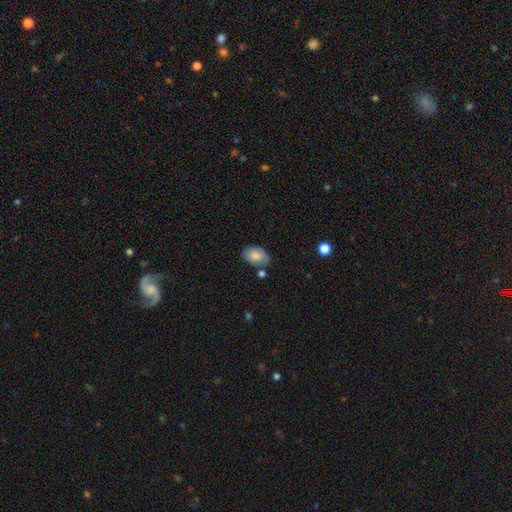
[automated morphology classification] This appears to be a smooth galaxy with no disk features (83%) that is in between round and cigar-shaped (88%). Merging: none (72%).